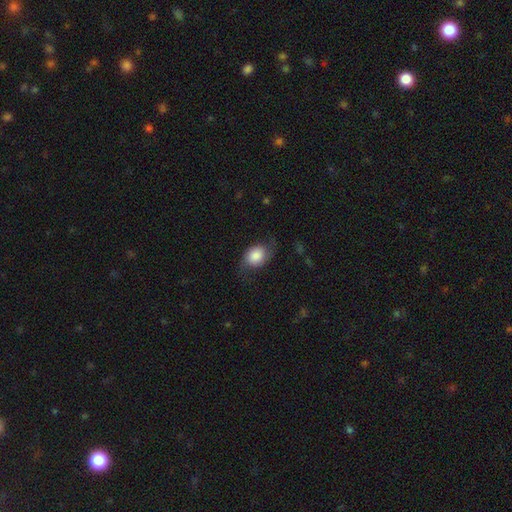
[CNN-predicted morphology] Smooth or featured? smooth (61%)
How rounded? in between (59%)
Merging? none (63%)